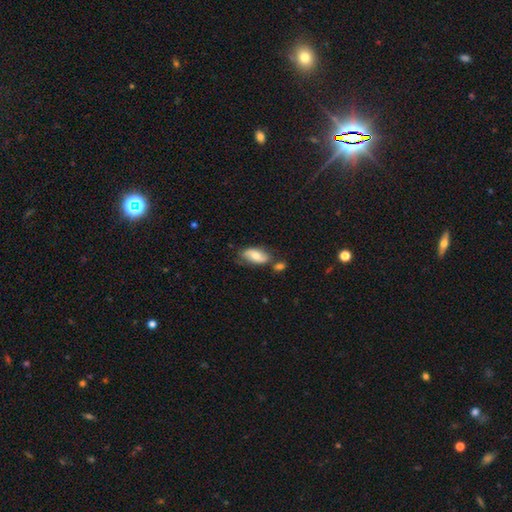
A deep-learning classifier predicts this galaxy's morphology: smooth-or-featured: smooth: 58% | featured or disk: 36% | star or artifact: 7%
  how-rounded: in between: 90% | cigar-shaped: 6% | round: 4%
  merging: none: 61% | minor disturbance: 21% | merger: 12% | major disturbance: 6%